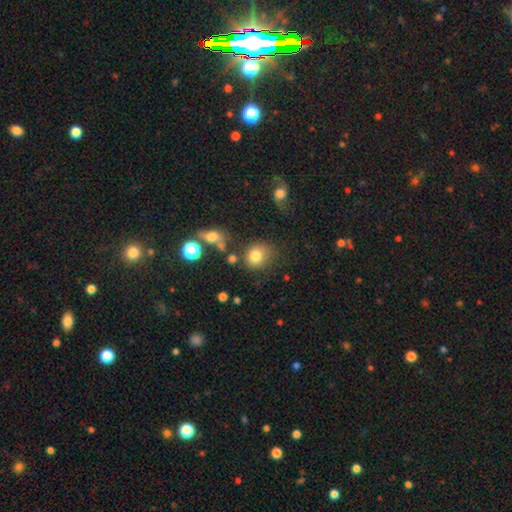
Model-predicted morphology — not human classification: type=smooth (79%); roundness=round (74%); merging=none (70%).